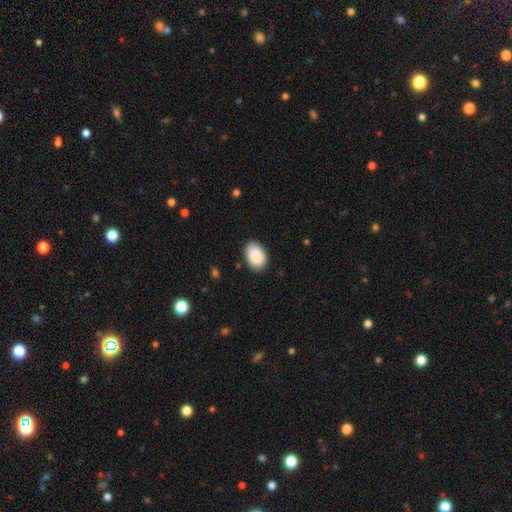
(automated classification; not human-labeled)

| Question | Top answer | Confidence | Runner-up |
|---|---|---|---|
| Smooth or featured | smooth | 91% | star or artifact (6%) |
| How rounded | in between | 85% | round (14%) |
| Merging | none | 86% | minor disturbance (11%) |